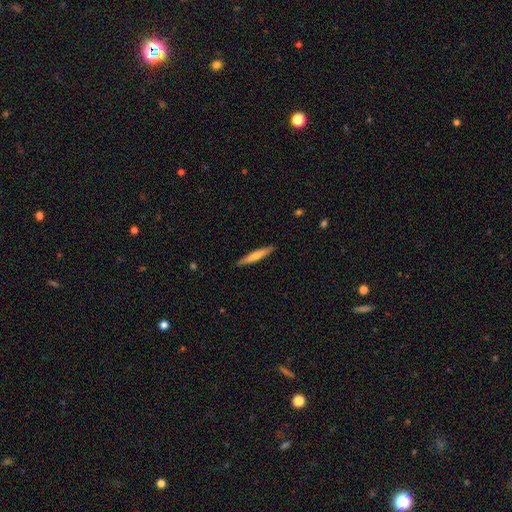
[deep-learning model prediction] A smooth galaxy with no disk features (66%) that is cigar-shaped (93%). Merging: none (90%).